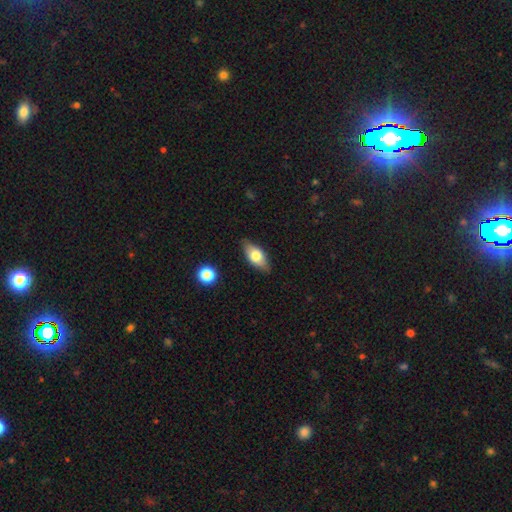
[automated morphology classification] The model was most divided on "smooth or featured": smooth: 68%, featured or disk: 25%, star or artifact: 7%. More confident: how rounded — in between (86%); merging — none (82%).